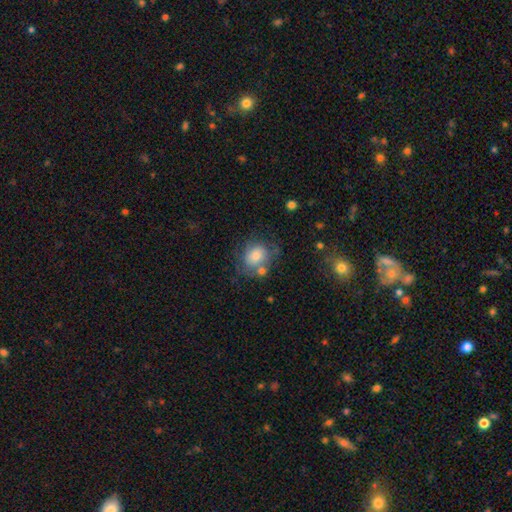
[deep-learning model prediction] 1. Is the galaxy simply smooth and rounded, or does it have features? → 69% smooth, 21% featured or disk, 10% star or artifact.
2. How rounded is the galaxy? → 62% round, 37% in between, 1% cigar-shaped.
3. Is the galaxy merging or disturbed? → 57% none, 21% minor disturbance, 11% merger, 11% major disturbance.